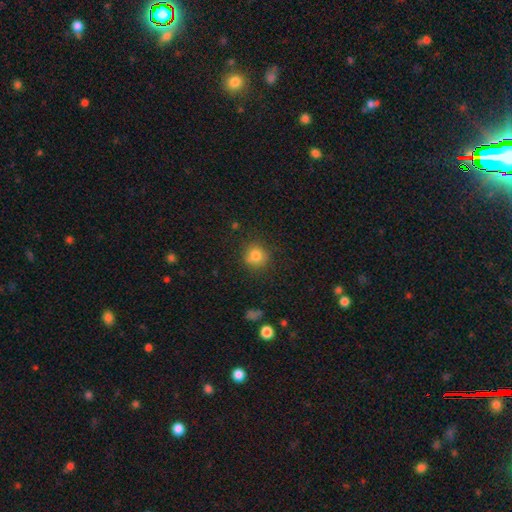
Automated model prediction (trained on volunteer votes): Smooth or featured?
  - smooth: 80% *
  - star or artifact: 12%
  - featured or disk: 8%
How rounded?
  - round: 89% *
  - in between: 10%
  - cigar-shaped: 1%
Merging?
  - none: 79% *
  - minor disturbance: 12%
  - merger: 5%
  - major disturbance: 3%